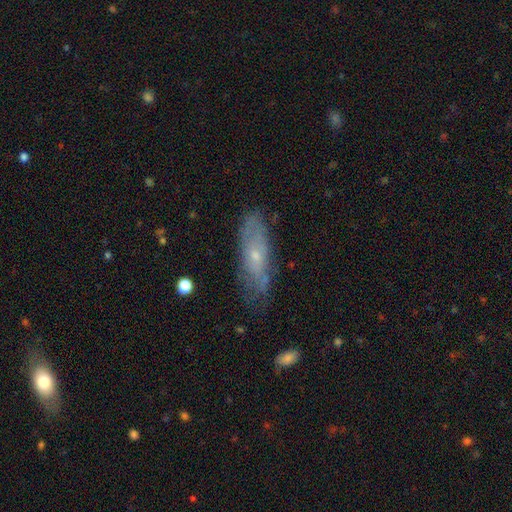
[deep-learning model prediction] Overall: featured or disk (53%; smooth 39%). Edge-on disk: no (72%). Merging: none (64%; minor disturbance 26%).